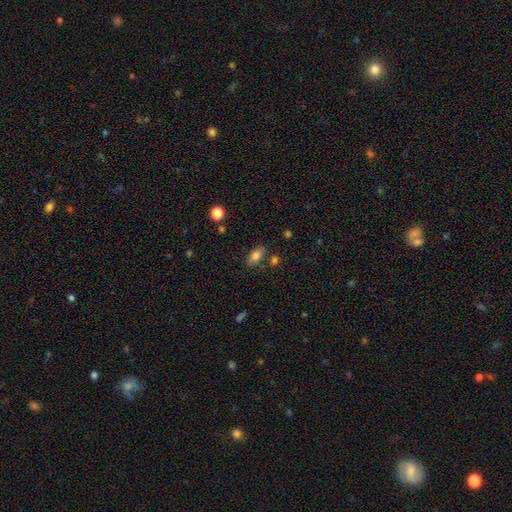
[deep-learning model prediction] Smooth or featured? smooth (81%)
How rounded? in between (89%)
Merging? none (75%)